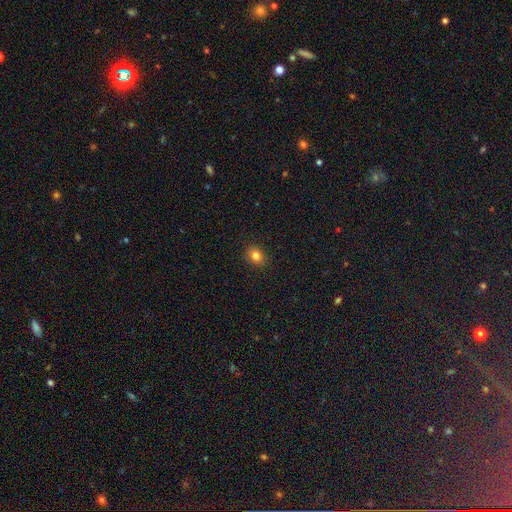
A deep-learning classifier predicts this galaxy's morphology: Q: Smooth or featured?
A: smooth (82%); runner-up: star or artifact (12%)
Q: How rounded?
A: round (64%); runner-up: in between (35%)
Q: Merging?
A: none (90%); runner-up: minor disturbance (7%)